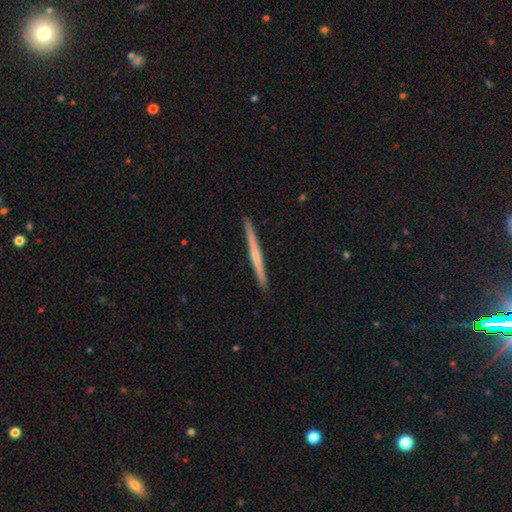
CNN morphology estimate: This is possibly a featured or disk galaxy (54%). It is clearly viewed edge-on (98%). Edge-on bulge: likely none (71%). Merging: clearly none (93%).